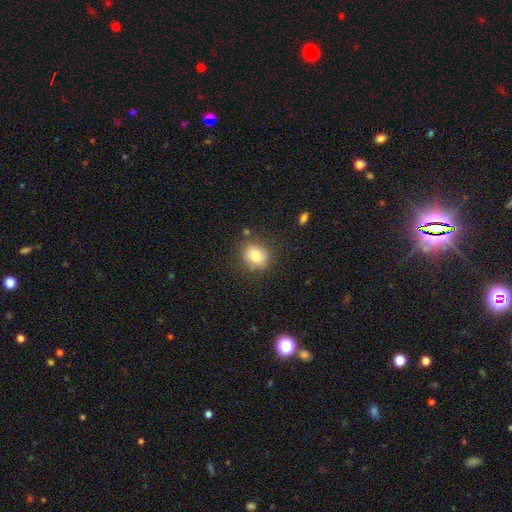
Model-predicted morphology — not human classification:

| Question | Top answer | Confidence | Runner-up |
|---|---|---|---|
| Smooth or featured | smooth | 79% | featured or disk (11%) |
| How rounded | round | 65% | in between (34%) |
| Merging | none | 77% | minor disturbance (15%) |